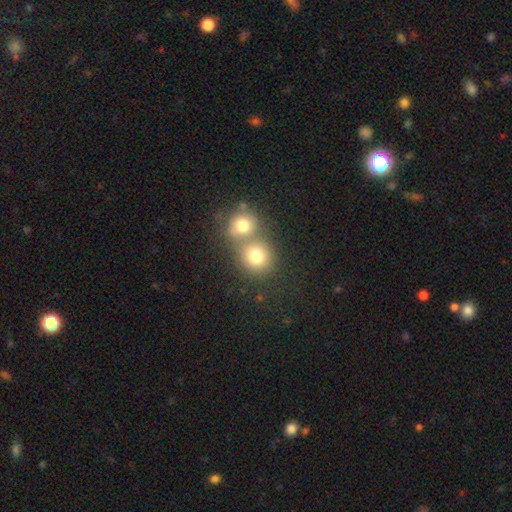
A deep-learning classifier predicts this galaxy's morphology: Overall: smooth (77%). How rounded: round (84%). Merging: merger (49%; none 41%).